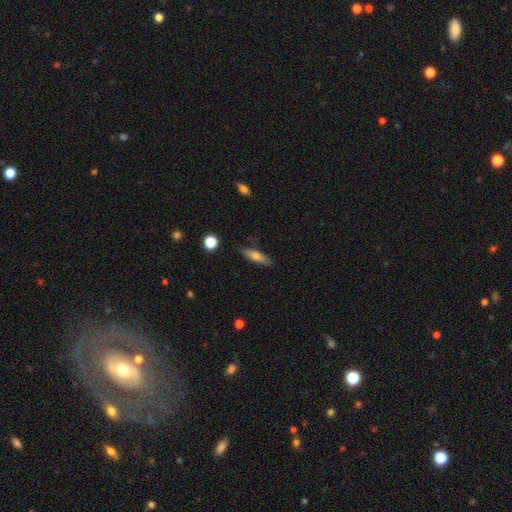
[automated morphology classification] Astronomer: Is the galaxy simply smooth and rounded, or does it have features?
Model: smooth — 69%.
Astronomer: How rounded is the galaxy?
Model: cigar-shaped — 62%.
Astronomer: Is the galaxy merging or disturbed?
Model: none — 81%.